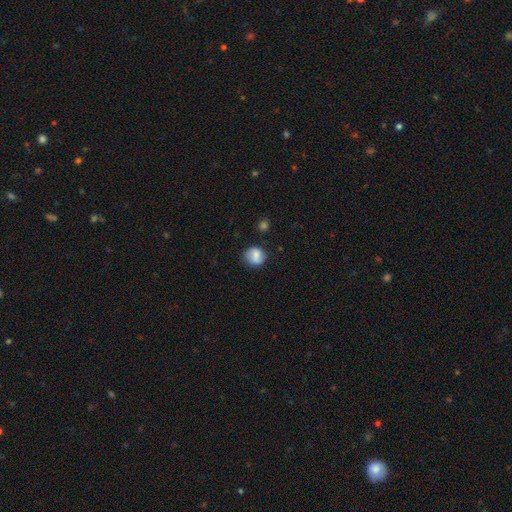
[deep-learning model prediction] This appears to be a smooth galaxy with no disk features (67%) that is round (79%). Merging: none (72%).